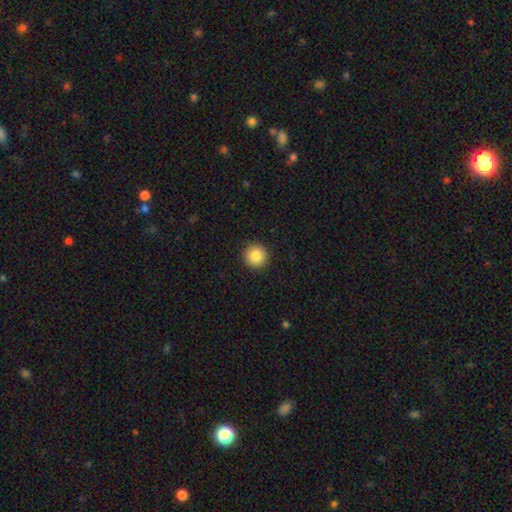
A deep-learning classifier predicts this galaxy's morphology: Q: Smooth or featured?
A: smooth (85%); runner-up: star or artifact (9%)
Q: How rounded?
A: round (96%); runner-up: in between (3%)
Q: Merging?
A: none (93%); runner-up: minor disturbance (5%)